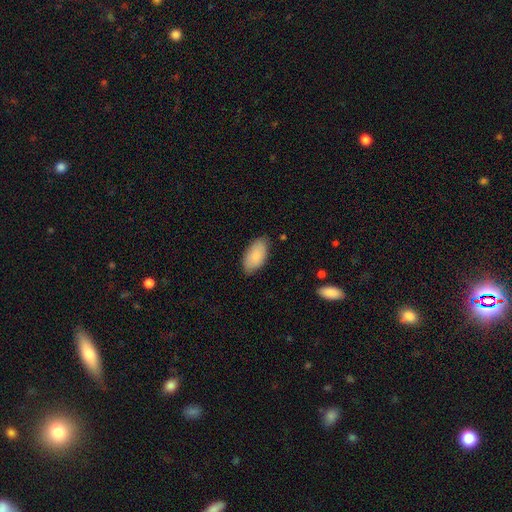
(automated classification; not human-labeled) This appears to be a smooth galaxy with no disk features (84%) that is in between round and cigar-shaped (95%). Merging: none (79%).